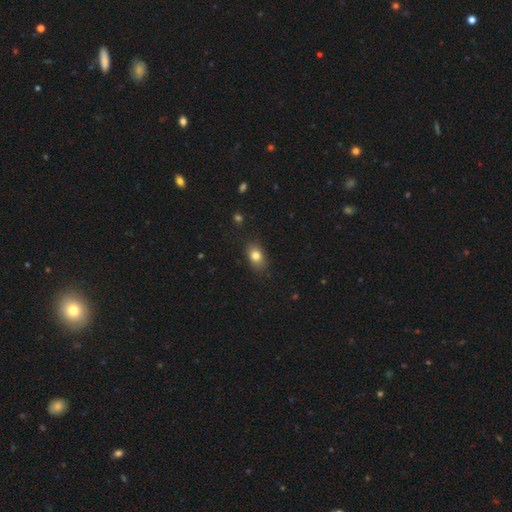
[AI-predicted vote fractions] Q: Smooth or featured?
A: smooth (80%); runner-up: star or artifact (10%)
Q: How rounded?
A: in between (78%); runner-up: round (20%)
Q: Merging?
A: none (83%); runner-up: minor disturbance (13%)